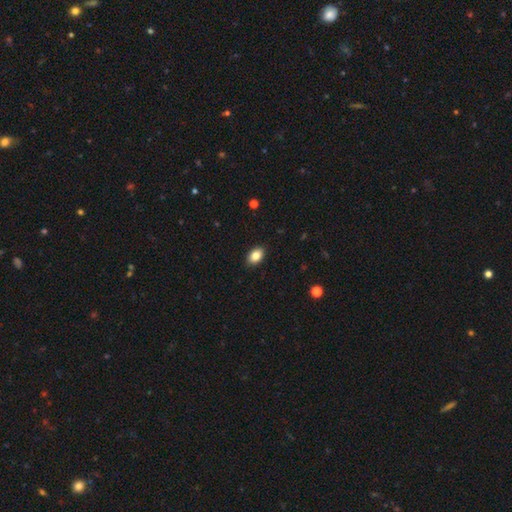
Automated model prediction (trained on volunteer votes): A smooth galaxy with no disk features (85%) that is in between round and cigar-shaped (86%).

Vote fractions:
- Smooth or featured? smooth: 85% / star or artifact: 8% / featured or disk: 6%
- How rounded? in between: 86% / round: 12% / cigar-shaped: 1%
- Merging? none: 90% / minor disturbance: 7% / major disturbance: 2% / merger: 1%